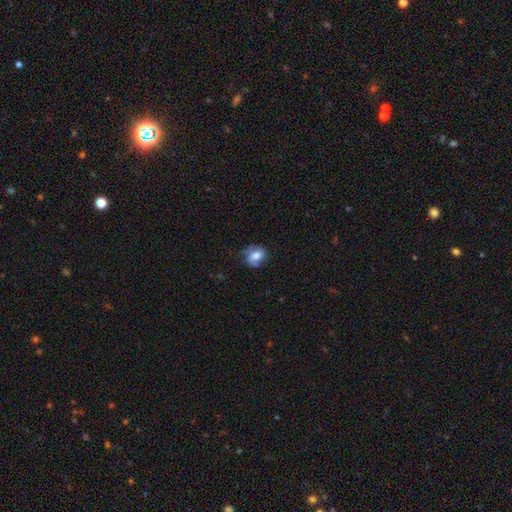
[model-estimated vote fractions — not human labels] Smooth or featured?
  - smooth: 52% *
  - featured or disk: 39%
  - star or artifact: 9%
How rounded?
  - in between: 58% *
  - round: 40%
  - cigar-shaped: 1%
Merging?
  - none: 50% *
  - minor disturbance: 29%
  - major disturbance: 19%
  - merger: 2%